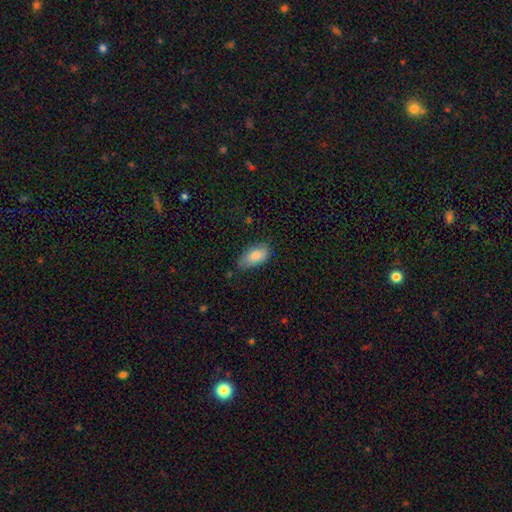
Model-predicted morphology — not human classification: Smooth or featured? smooth (85%)
How rounded? in between (92%)
Merging? none (58%)